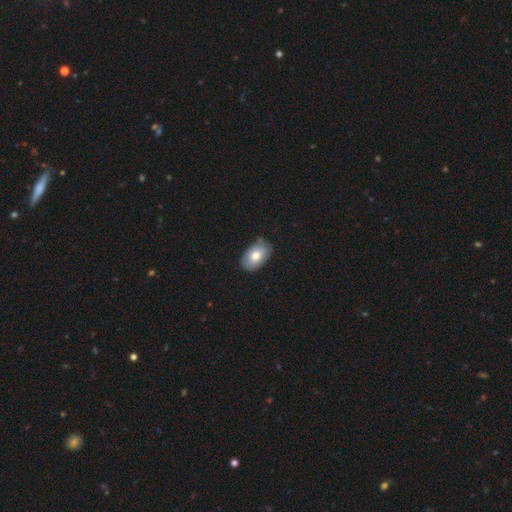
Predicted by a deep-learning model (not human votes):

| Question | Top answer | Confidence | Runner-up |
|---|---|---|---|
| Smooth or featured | smooth | 76% | featured or disk (17%) |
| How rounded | in between | 90% | round (8%) |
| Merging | none | 81% | minor disturbance (15%) |